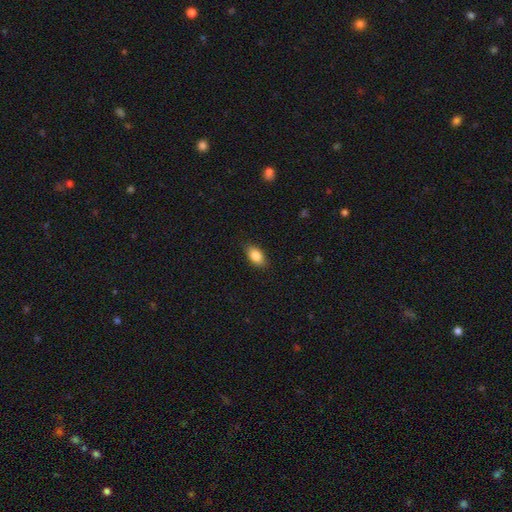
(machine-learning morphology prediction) A smooth galaxy with no disk features (86%) that is in between round and cigar-shaped (90%). Merging: none (87%).